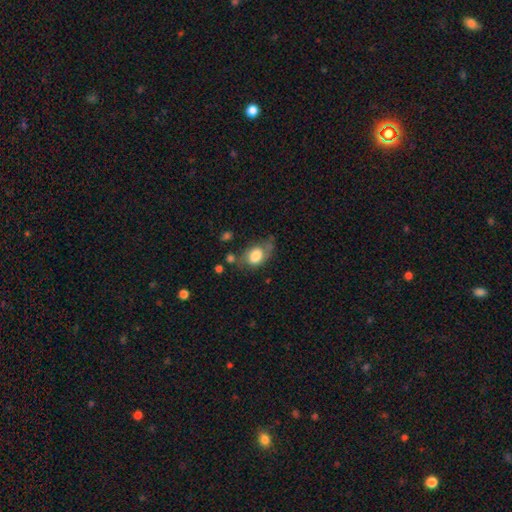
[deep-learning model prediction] smooth 69%, featured or disk 23%, star or artifact 8%. Down the decision tree: how rounded — in between (78%); merging — none (46%).